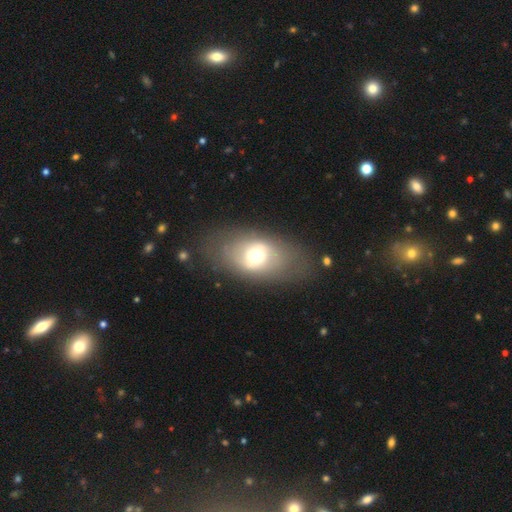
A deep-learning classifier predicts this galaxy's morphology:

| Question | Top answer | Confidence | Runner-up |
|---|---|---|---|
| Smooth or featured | smooth | 48% | featured or disk (43%) |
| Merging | none | 75% | minor disturbance (14%) |